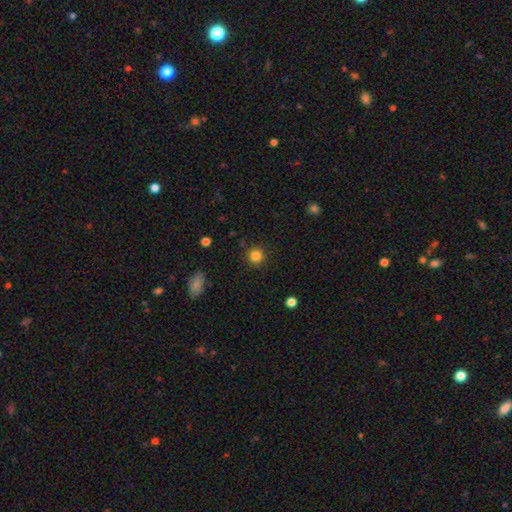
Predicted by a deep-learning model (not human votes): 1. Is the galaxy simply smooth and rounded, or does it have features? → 84% smooth, 12% star or artifact, 4% featured or disk.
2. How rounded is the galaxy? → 94% round, 5% in between, 1% cigar-shaped.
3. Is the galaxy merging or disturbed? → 89% none, 7% minor disturbance, 2% major disturbance, 2% merger.